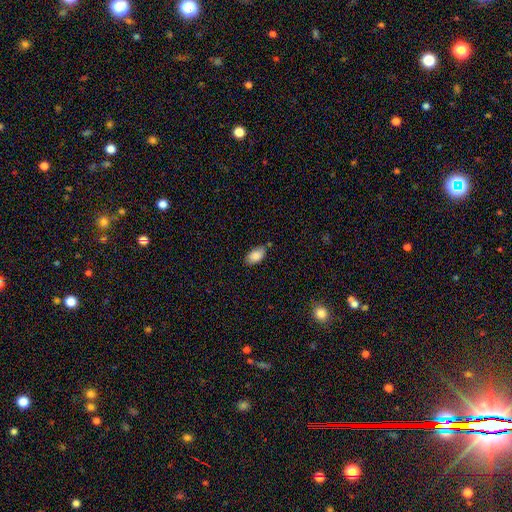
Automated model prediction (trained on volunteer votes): smooth-or-featured: smooth: 87% | star or artifact: 7% | featured or disk: 6%
  how-rounded: in between: 93% | round: 4% | cigar-shaped: 2%
  merging: none: 72% | minor disturbance: 20% | merger: 5% | major disturbance: 3%